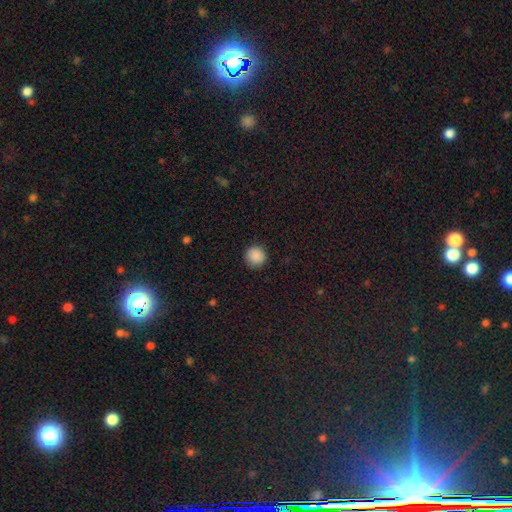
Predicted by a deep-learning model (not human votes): The model was most divided on "smooth or featured": smooth: 88%, star or artifact: 9%, featured or disk: 3%. More confident: how rounded — round (94%); merging — none (92%).